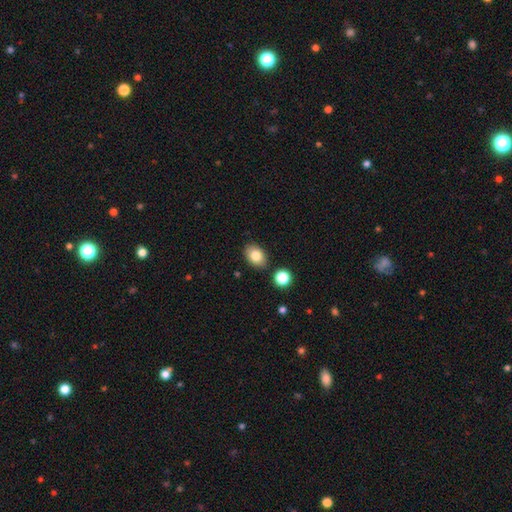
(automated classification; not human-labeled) A smooth galaxy with no disk features (82%) that is in between round and cigar-shaped (76%). Merging: none (85%).